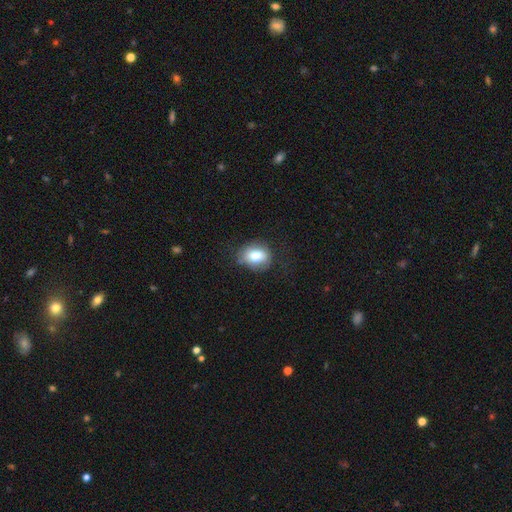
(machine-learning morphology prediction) This appears to be a smooth galaxy with no disk features (76%) that is round (54%). Merging: none (70%).